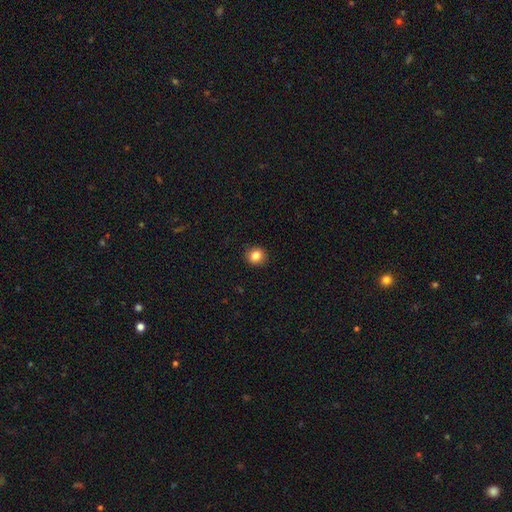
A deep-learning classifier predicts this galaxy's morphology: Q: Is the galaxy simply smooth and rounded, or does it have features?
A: smooth — 84%.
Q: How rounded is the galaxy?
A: round — 86%.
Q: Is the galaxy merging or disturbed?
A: none — 91%.